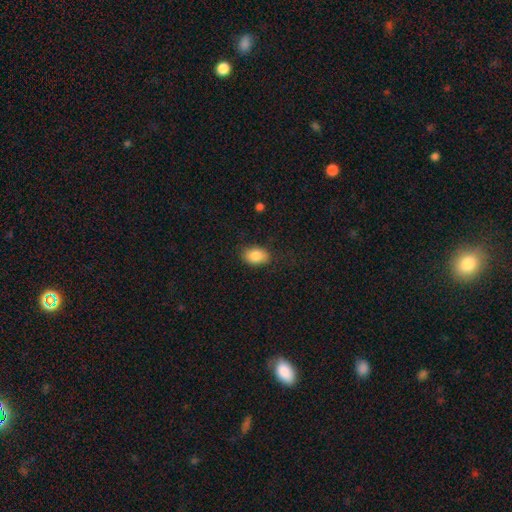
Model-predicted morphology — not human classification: Q: Smooth or featured?
A: smooth (85%); runner-up: featured or disk (8%)
Q: How rounded?
A: in between (83%); runner-up: round (16%)
Q: Merging?
A: none (81%); runner-up: minor disturbance (14%)